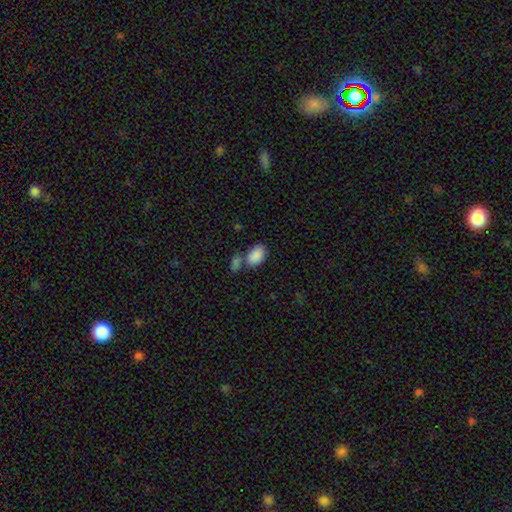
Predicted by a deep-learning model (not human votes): Smooth or featured? smooth (88%)
How rounded? in between (91%)
Merging? none (54%)